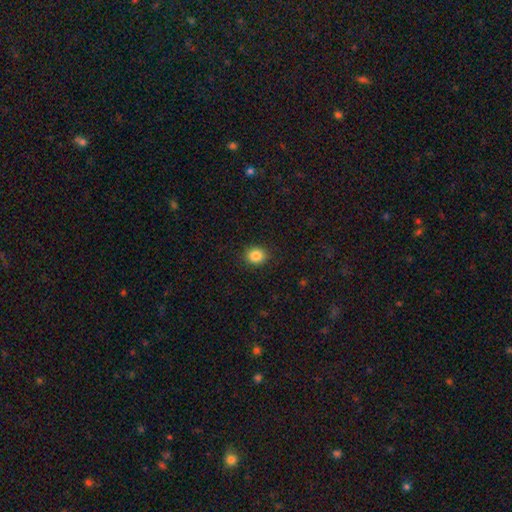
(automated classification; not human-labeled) The model was most divided on "how rounded": round: 72%, in between: 27%, cigar-shaped: 1%. More confident: merging — none (90%); smooth or featured — smooth (85%).